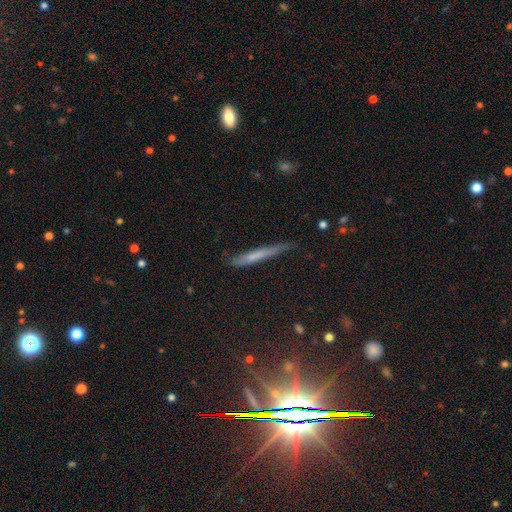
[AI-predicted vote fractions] smooth_or_featured: smooth (p=0.55) [alt: featured or disk p=0.35]
how_rounded: cigar-shaped (p=0.94) [alt: in between p=0.04]
merging: none (p=0.66) [alt: minor disturbance p=0.26]